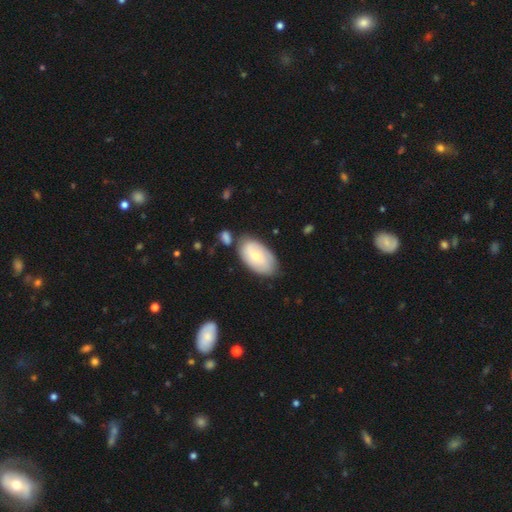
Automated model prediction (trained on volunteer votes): smooth_or_featured: smooth (p=0.59) [alt: featured or disk p=0.36]
how_rounded: in between (p=0.94) [alt: round p=0.04]
merging: none (p=0.68) [alt: minor disturbance p=0.19]